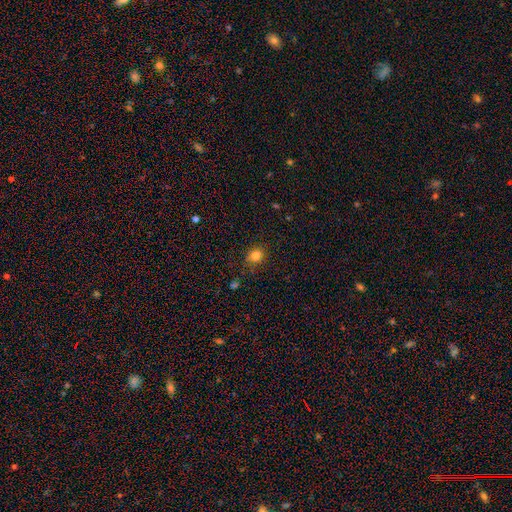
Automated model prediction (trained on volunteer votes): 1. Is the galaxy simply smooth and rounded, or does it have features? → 81% smooth, 13% star or artifact, 6% featured or disk.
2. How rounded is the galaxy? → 70% round, 28% in between, 1% cigar-shaped.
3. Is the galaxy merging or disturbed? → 79% none, 16% minor disturbance, 4% major disturbance, 2% merger.